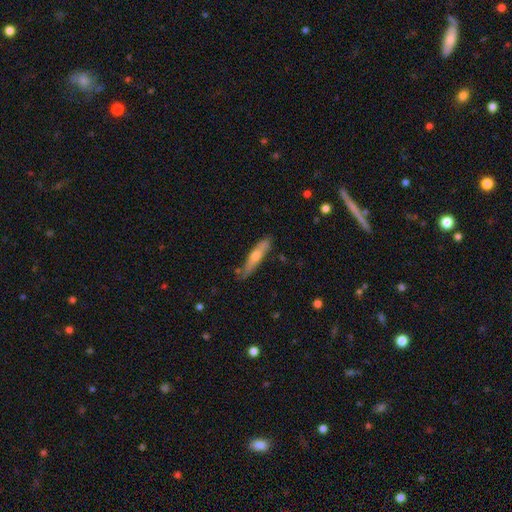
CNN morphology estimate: A smooth galaxy with no disk features (48%).

Vote fractions:
- Smooth or featured? smooth: 48% / featured or disk: 46% / star or artifact: 6%
- Merging? none: 74% / minor disturbance: 20% / major disturbance: 3% / merger: 3%